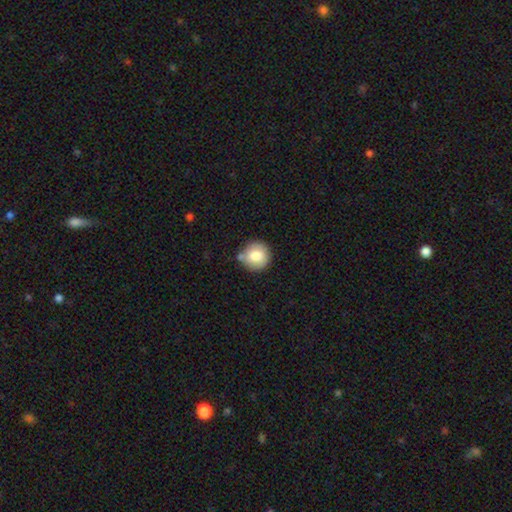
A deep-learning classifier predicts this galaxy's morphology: Smooth or featured: smooth — 82% (featured or disk — 11%)
How rounded: round — 92% (in between — 7%)
Merging: none — 71% (minor disturbance — 17%)